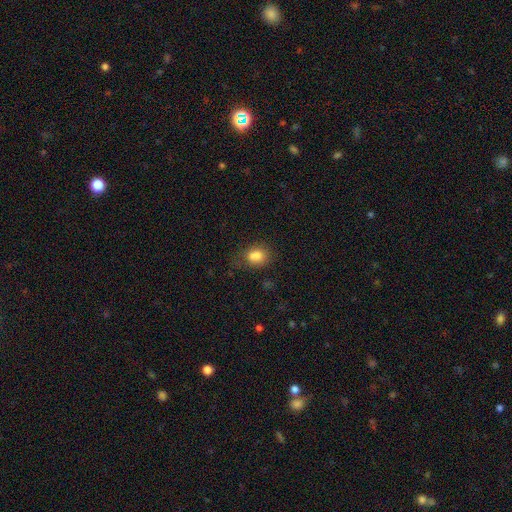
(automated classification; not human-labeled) smooth-or-featured: smooth: 75% | featured or disk: 12% | star or artifact: 12%
  how-rounded: in between: 51% | round: 48% | cigar-shaped: 1%
  merging: none: 42% | merger: 34% | minor disturbance: 17% | major disturbance: 7%